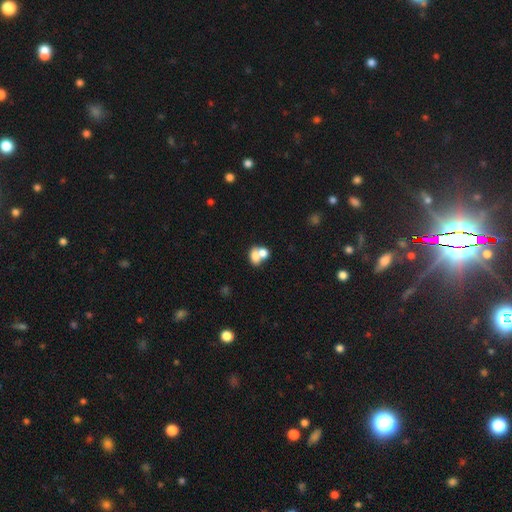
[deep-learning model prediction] smooth-or-featured: smooth: 70% | featured or disk: 20% | star or artifact: 11%
  how-rounded: in between: 61% | round: 37% | cigar-shaped: 1%
  merging: merger: 66% | none: 23% | minor disturbance: 7% | major disturbance: 4%